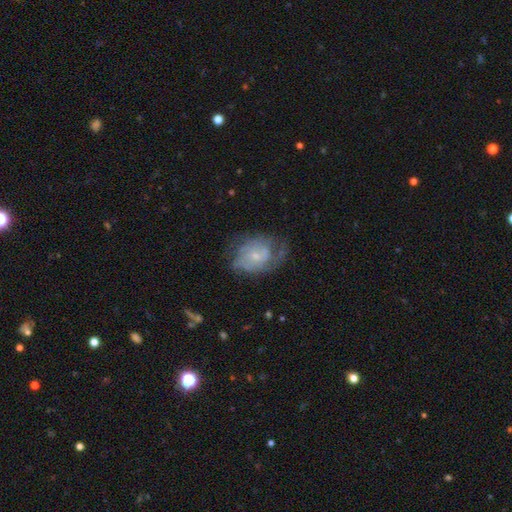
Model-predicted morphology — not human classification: The model was most divided on "spiral winding": tight: 44%, medium: 39%, loose: 17%. Remaining: edge-on disk — no (97%); spiral arms — yes (80%); bulge size — small (71%); bar — no (69%); smooth or featured — featured or disk (67%); merging — none (49%); spiral arm count — can't tell (43%).